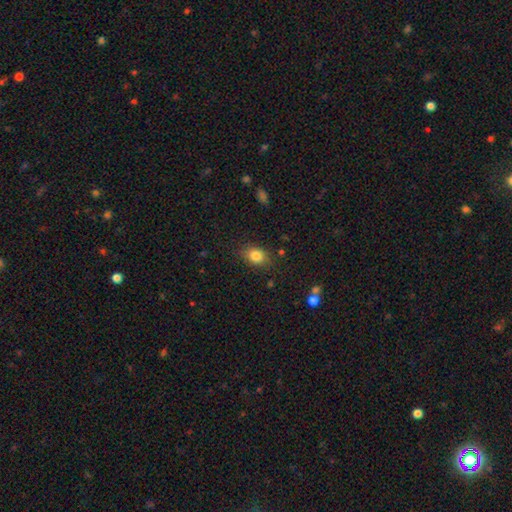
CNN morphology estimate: smooth 83%, star or artifact 10%, featured or disk 7%. Down the decision tree: how rounded — in between (62%); merging — none (80%).